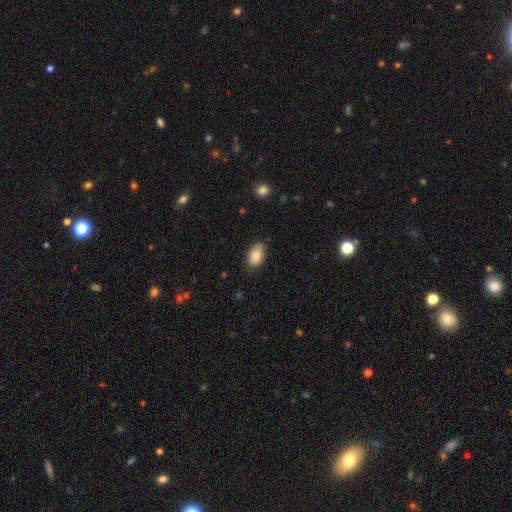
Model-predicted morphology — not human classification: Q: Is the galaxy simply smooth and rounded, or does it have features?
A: smooth — 85%.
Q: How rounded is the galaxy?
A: in between — 93%.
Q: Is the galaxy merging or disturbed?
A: none — 79%.